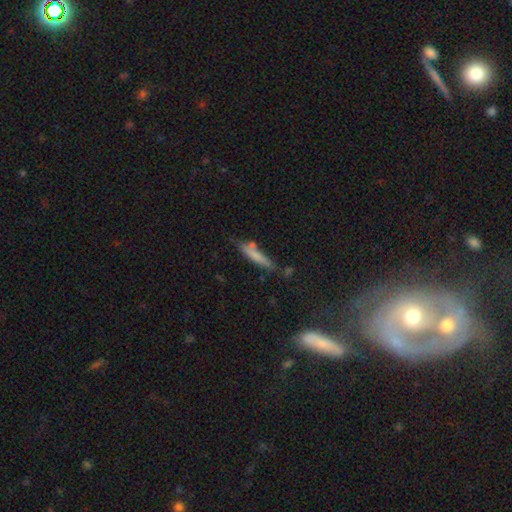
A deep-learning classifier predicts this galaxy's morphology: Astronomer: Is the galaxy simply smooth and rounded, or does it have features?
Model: smooth — 70%.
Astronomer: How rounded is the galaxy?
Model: cigar-shaped — 86%.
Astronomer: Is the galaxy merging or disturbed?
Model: none — 64%.